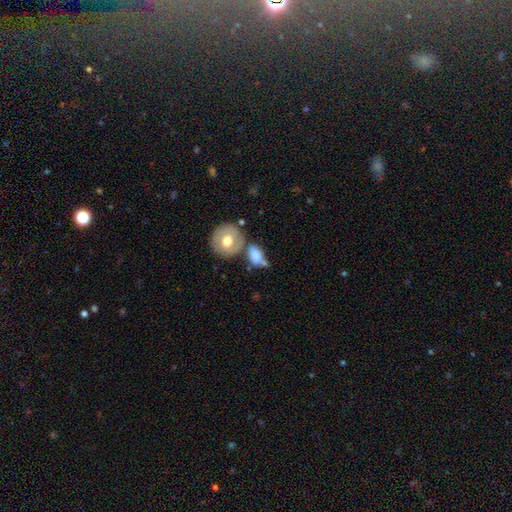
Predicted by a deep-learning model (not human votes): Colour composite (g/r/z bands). It shows a smooth galaxy with no disk features (73%) that is in between round and cigar-shaped (69%). Merging: none (46%).